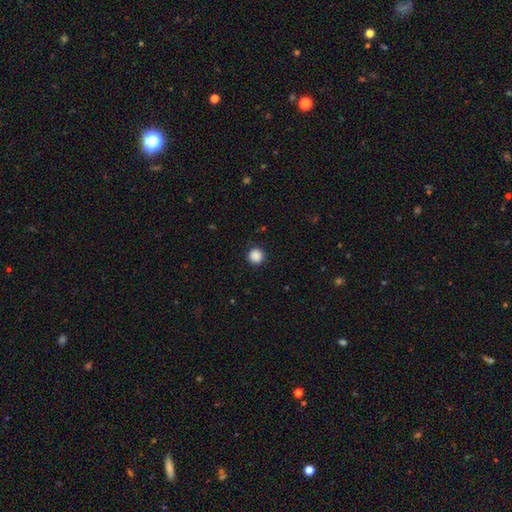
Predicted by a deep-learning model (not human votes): smooth 88%, star or artifact 10%, featured or disk 2%. Down the decision tree: how rounded — round (95%); merging — none (91%).